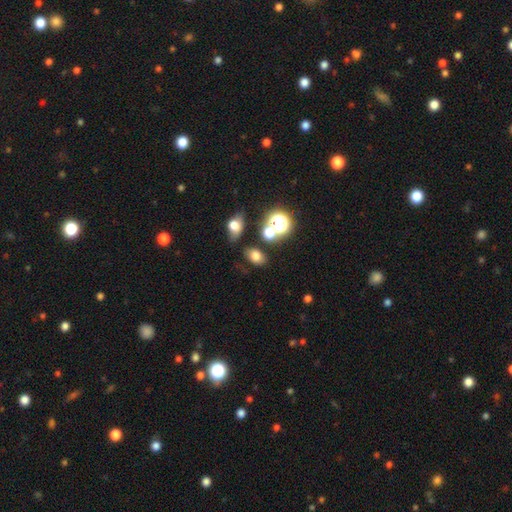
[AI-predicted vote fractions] Morphology: type=smooth (72%); roundness=in between (76%); merging=none (72%).